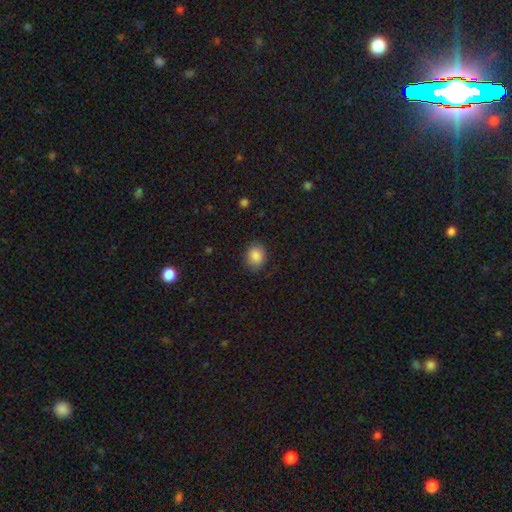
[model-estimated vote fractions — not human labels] A smooth galaxy with no disk features (86%) that is round (55%). Merging: none (84%).